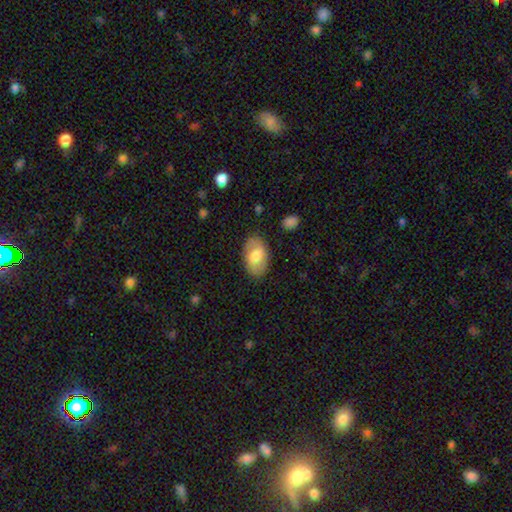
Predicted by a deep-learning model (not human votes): smooth 67%, featured or disk 27%, star or artifact 6%. Down the decision tree: how rounded — in between (92%); merging — none (81%).